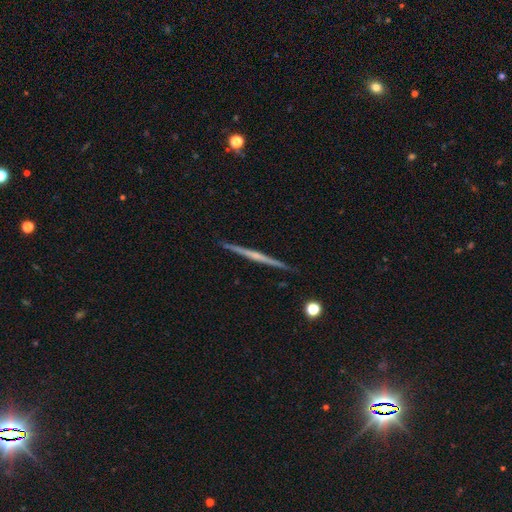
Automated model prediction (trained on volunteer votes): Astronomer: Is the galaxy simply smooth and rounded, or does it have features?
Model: featured or disk — 73%.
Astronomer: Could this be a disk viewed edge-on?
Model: yes — 99%.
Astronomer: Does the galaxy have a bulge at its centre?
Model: none — 54% (runner-up: rounded, 38%).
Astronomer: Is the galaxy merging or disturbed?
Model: none — 93%.